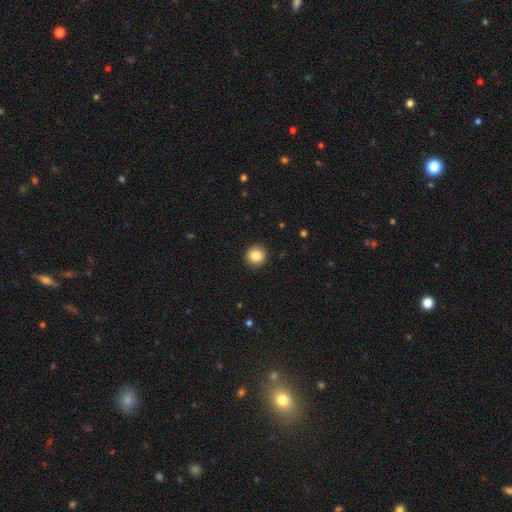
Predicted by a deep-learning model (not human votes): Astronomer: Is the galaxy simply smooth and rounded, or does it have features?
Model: smooth — 85%.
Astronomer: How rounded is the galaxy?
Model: round — 92%.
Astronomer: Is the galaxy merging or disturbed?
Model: none — 92%.